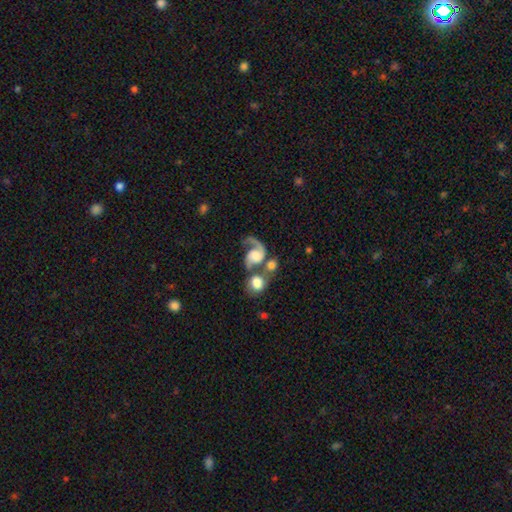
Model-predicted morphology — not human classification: smooth_or_featured: featured or disk (p=0.81) [alt: smooth p=0.13]
disk_edge_on: no (p=0.98) [alt: yes p=0.02]
bar: no (p=0.64) [alt: weak p=0.29]
has_spiral_arms: yes (p=0.95) [alt: no p=0.05]
spiral_winding: loose (p=0.45) [alt: medium p=0.41]
spiral_arm_count: 2 (p=0.51) [alt: 1 p=0.44]
bulge_size: moderate (p=0.33) [alt: large p=0.29]
merging: merger (p=0.53) [alt: none p=0.21]